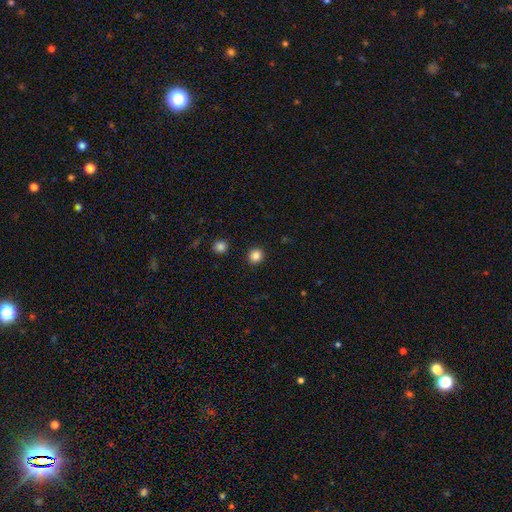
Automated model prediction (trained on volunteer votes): A smooth galaxy with no disk features (85%) that is round (88%). Merging: none (92%).